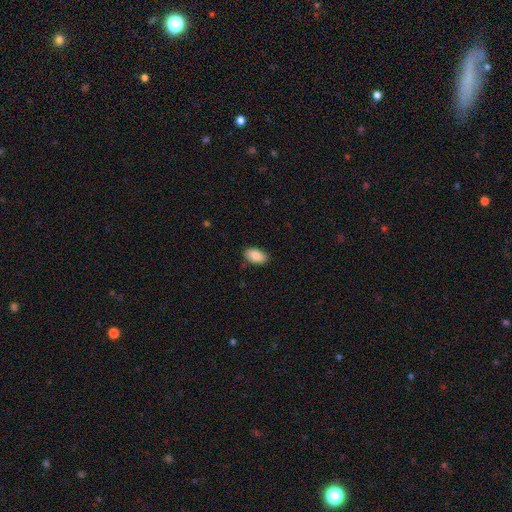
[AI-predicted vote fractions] Q: Smooth or featured?
A: smooth (87%); runner-up: star or artifact (7%)
Q: How rounded?
A: in between (94%); runner-up: round (4%)
Q: Merging?
A: none (86%); runner-up: minor disturbance (11%)